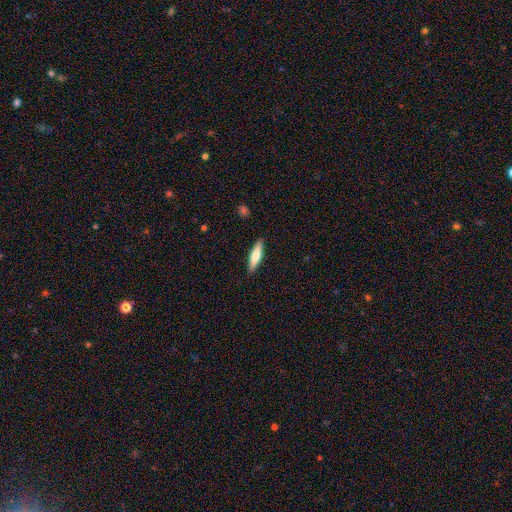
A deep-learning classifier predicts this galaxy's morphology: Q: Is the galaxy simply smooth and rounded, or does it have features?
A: smooth — 61%.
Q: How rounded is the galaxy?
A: cigar-shaped — 72%.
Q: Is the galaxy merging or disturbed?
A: none — 90%.